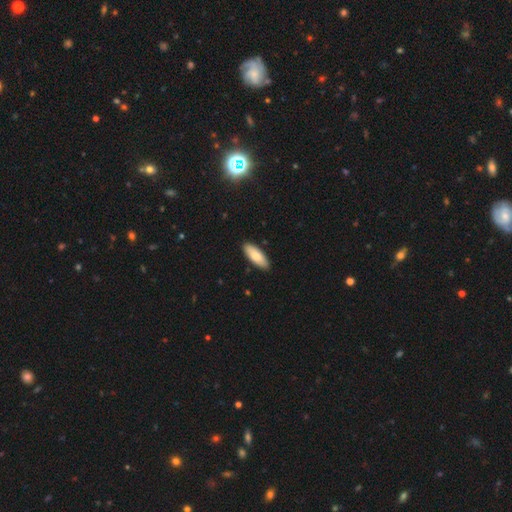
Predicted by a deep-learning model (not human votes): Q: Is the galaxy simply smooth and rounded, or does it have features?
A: smooth — 82%.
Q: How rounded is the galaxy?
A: in between — 73%.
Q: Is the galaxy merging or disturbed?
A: none — 90%.